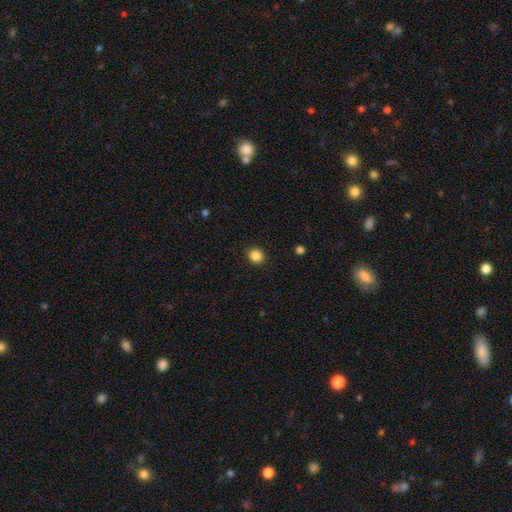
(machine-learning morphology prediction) This is clearly a smooth galaxy (86%). How rounded: likely round (74%). Merging: clearly none (90%).